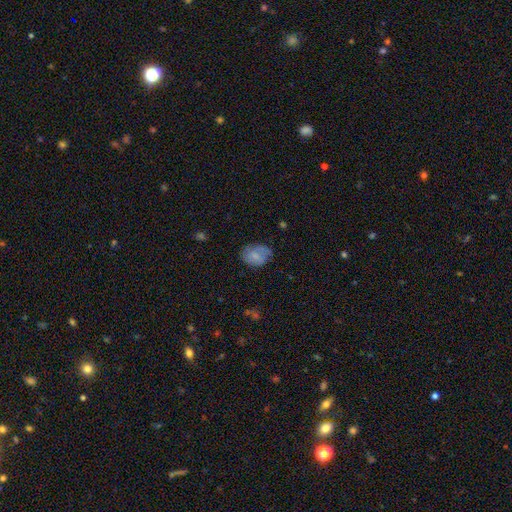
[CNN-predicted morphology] type=smooth (66%); roundness=in between (74%); merging=none (63%).